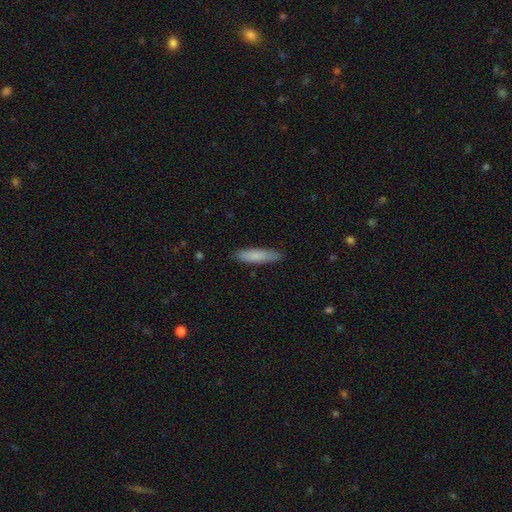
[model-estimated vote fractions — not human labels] This is clearly a smooth galaxy (81%). How rounded: likely cigar-shaped (77%). Merging: clearly none (87%).